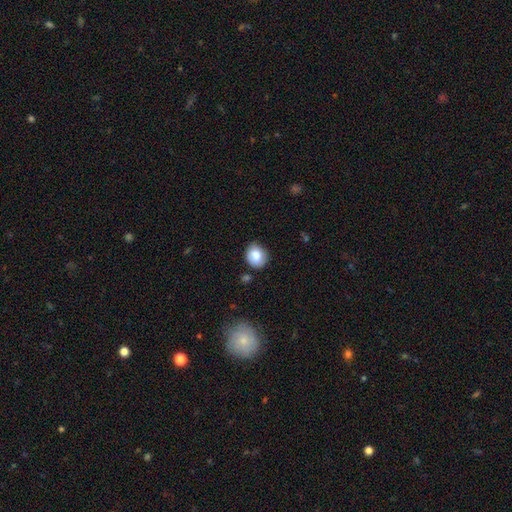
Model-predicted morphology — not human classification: type=smooth (81%); roundness=round (58%); merging=none (73%).